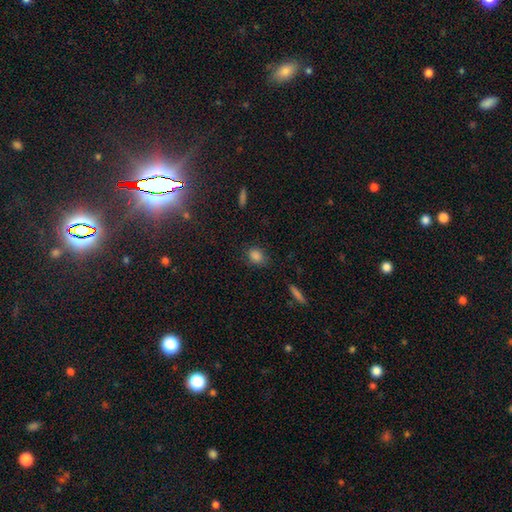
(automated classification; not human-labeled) smooth-or-featured: smooth: 83% | star or artifact: 12% | featured or disk: 5%
  how-rounded: in between: 54% | round: 44% | cigar-shaped: 2%
  merging: none: 77% | minor disturbance: 17% | major disturbance: 4% | merger: 2%